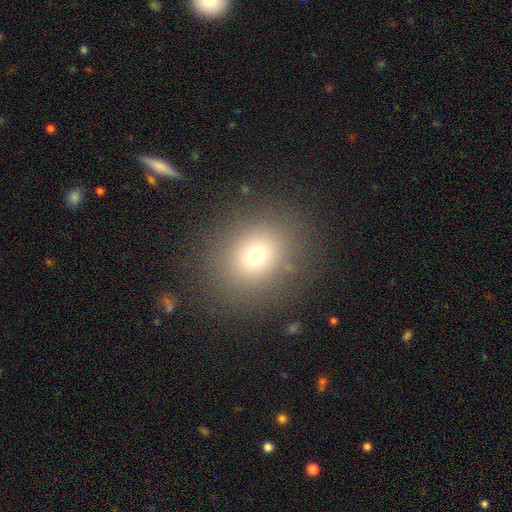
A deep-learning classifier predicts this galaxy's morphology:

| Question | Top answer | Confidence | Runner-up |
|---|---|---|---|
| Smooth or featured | smooth | 71% | star or artifact (18%) |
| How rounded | round | 71% | in between (28%) |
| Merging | none | 85% | minor disturbance (9%) |